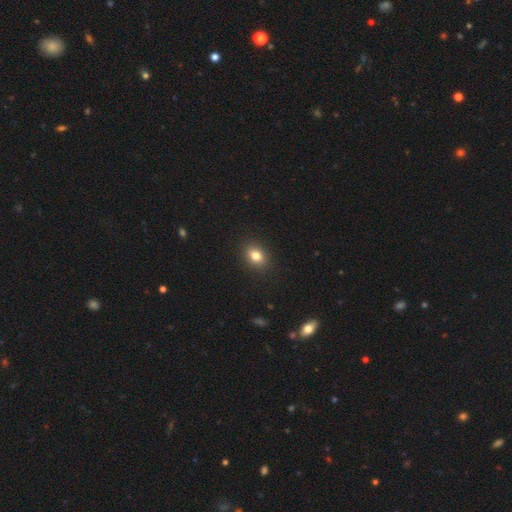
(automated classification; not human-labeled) smooth 82%, star or artifact 11%, featured or disk 7%. Down the decision tree: how rounded — in between (63%); merging — none (90%).